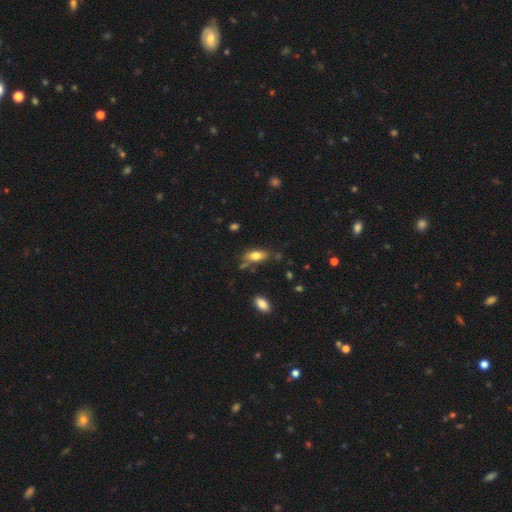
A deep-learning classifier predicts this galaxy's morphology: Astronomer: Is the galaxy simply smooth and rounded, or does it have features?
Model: smooth — 76%.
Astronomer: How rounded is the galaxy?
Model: in between — 80%.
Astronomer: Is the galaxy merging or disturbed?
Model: none — 66%.